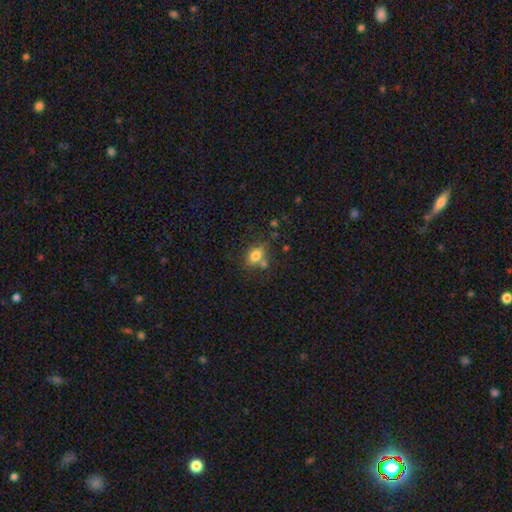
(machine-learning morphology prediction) Smooth or featured?
  - smooth: 78% *
  - featured or disk: 11%
  - star or artifact: 11%
How rounded?
  - in between: 71% *
  - round: 26%
  - cigar-shaped: 2%
Merging?
  - none: 57% *
  - merger: 19%
  - minor disturbance: 18%
  - major disturbance: 6%